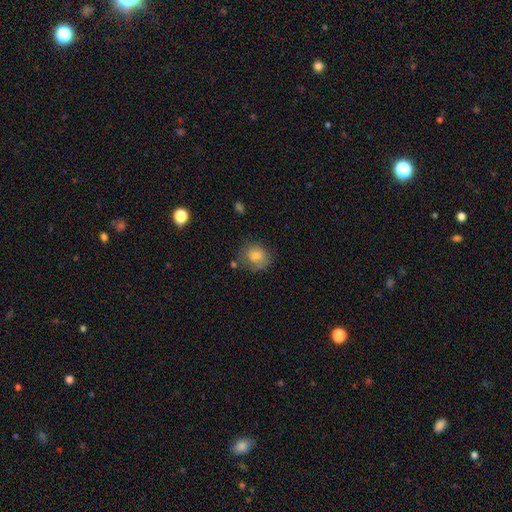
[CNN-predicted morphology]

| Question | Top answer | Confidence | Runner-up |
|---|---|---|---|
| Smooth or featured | smooth | 75% | featured or disk (15%) |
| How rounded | round | 77% | in between (22%) |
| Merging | none | 72% | minor disturbance (19%) |